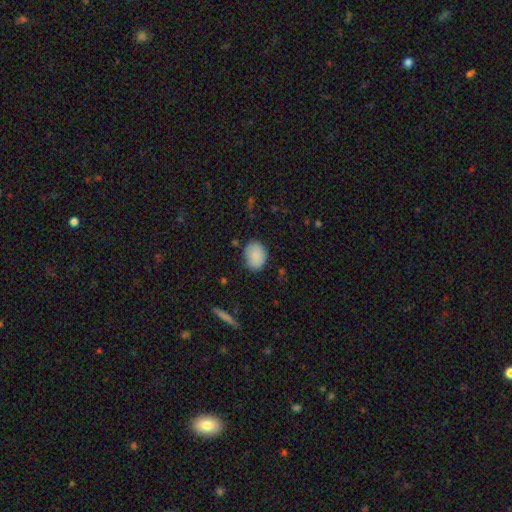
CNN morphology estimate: The model was most divided on "how rounded": in between: 55%, round: 44%, cigar-shaped: 1%. More confident: smooth or featured — smooth (88%); merging — none (79%).